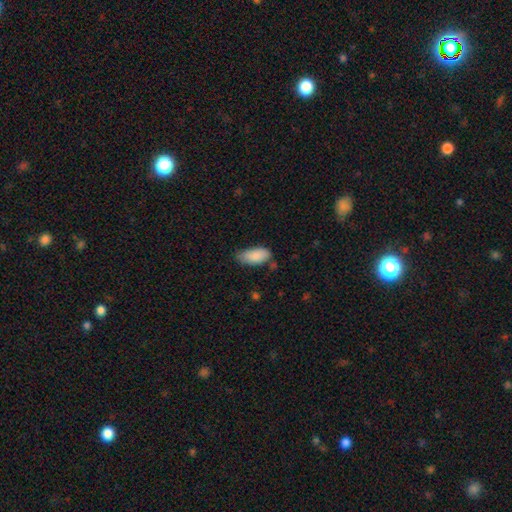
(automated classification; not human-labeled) Smooth or featured?
  - smooth: 88% *
  - star or artifact: 7%
  - featured or disk: 6%
How rounded?
  - in between: 91% *
  - cigar-shaped: 7%
  - round: 2%
Merging?
  - none: 60% *
  - minor disturbance: 31%
  - major disturbance: 6%
  - merger: 3%